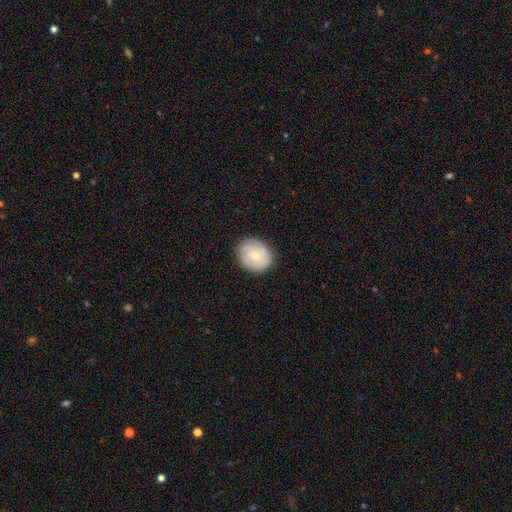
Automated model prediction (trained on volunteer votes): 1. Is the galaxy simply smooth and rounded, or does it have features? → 51% smooth, 42% featured or disk, 7% star or artifact.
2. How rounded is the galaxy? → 64% round, 35% in between, 1% cigar-shaped.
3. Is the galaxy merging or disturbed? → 80% none, 15% minor disturbance, 3% major disturbance, 1% merger.